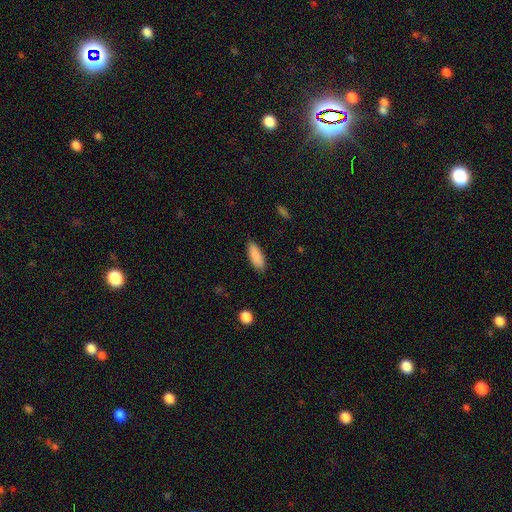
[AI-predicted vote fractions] The model was most divided on "how rounded": in between: 73%, cigar-shaped: 26%, round: 2%. More confident: smooth or featured — smooth (89%); merging — none (86%).